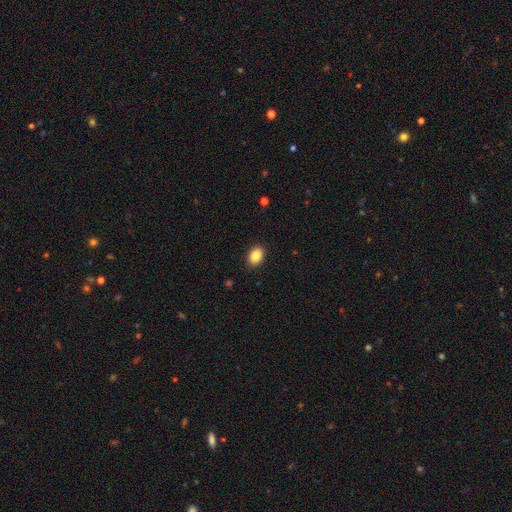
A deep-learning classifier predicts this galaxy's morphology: Overall: smooth (87%). How rounded: in between (81%). Merging: none (90%).